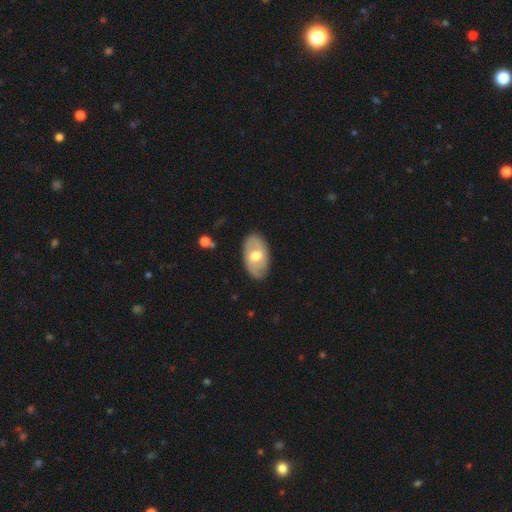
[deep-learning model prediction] smooth-or-featured: smooth: 50% | featured or disk: 44% | star or artifact: 5%
  how-rounded: in between: 92% | round: 6% | cigar-shaped: 2%
  merging: none: 83% | minor disturbance: 13% | major disturbance: 3% | merger: 1%